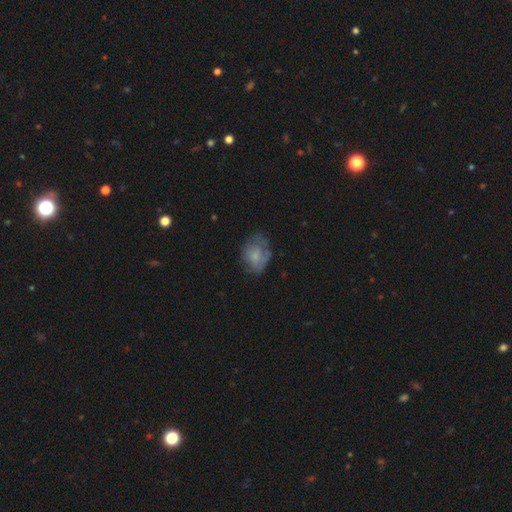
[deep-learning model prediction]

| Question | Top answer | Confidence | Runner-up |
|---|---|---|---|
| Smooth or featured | smooth | 58% | featured or disk (33%) |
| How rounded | in between | 69% | round (30%) |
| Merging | none | 52% | minor disturbance (29%) |